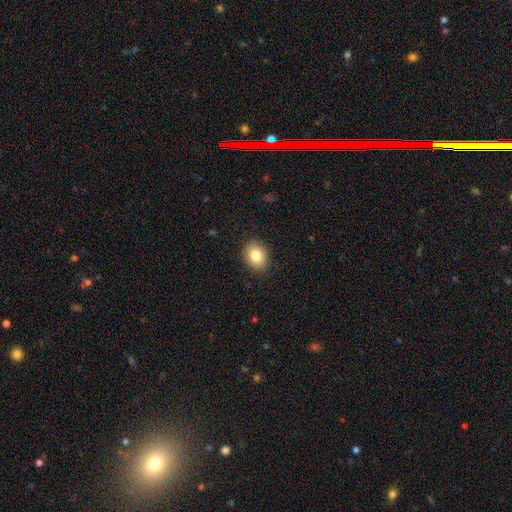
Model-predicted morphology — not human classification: smooth_or_featured: smooth (p=0.82) [alt: featured or disk p=0.09]
how_rounded: in between (p=0.63) [alt: round p=0.36]
merging: none (p=0.89) [alt: minor disturbance p=0.08]